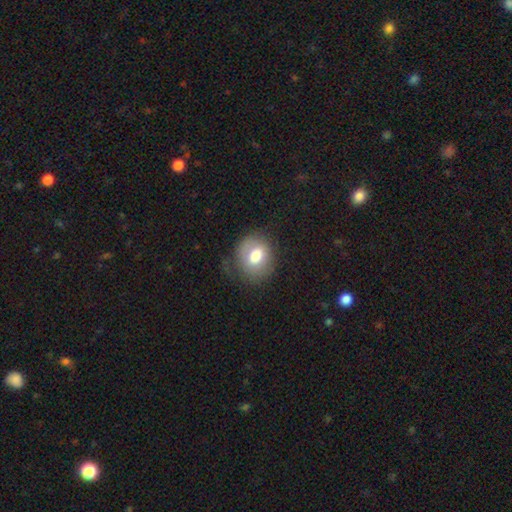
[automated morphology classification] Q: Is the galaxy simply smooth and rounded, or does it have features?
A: smooth — 70%.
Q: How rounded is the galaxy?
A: round — 64%.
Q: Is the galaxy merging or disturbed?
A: none — 67%.